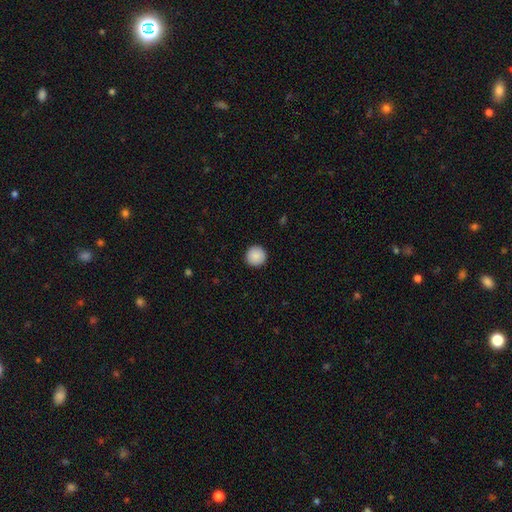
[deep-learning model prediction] Smooth or featured?
  - smooth: 89% *
  - star or artifact: 8%
  - featured or disk: 3%
How rounded?
  - round: 96% *
  - in between: 3%
  - cigar-shaped: 1%
Merging?
  - none: 93% *
  - minor disturbance: 5%
  - major disturbance: 1%
  - merger: 1%